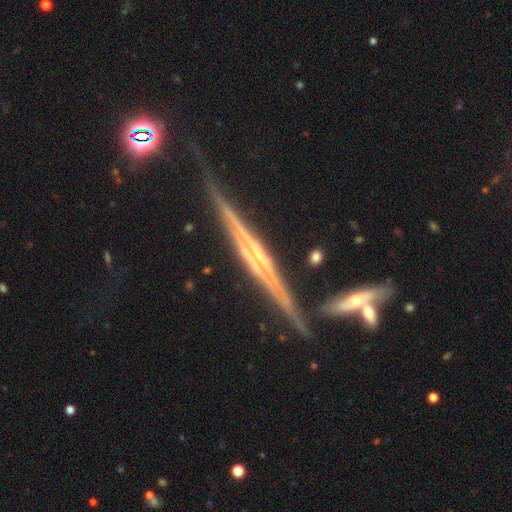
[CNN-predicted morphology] A featured or disk galaxy (85%) viewed edge-on (97%) with a rounded central bulge (38%). Merging: none (76%).